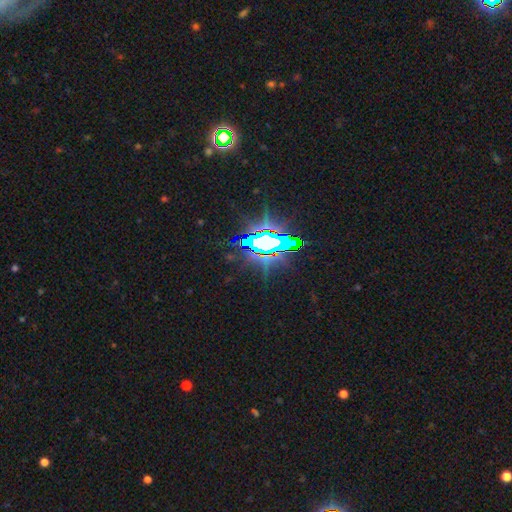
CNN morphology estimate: A star or artifact, not a galaxy (82%).

Vote fractions:
- Smooth or featured? star or artifact: 82% / smooth: 9% / featured or disk: 8%